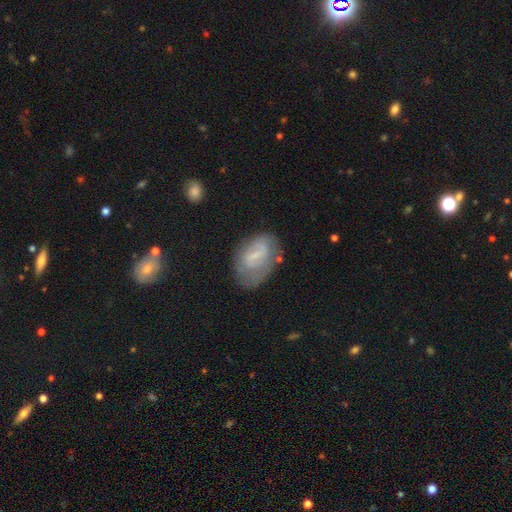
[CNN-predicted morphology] A featured or disk galaxy (53%).

Vote fractions:
- Smooth or featured? featured or disk: 53% / smooth: 39% / star or artifact: 8%
- Edge-on disk? no: 95% / yes: 5%
- Merging? none: 56% / minor disturbance: 27% / major disturbance: 14% / merger: 3%